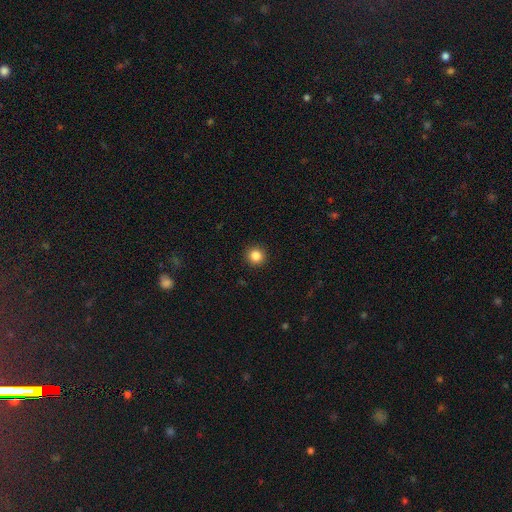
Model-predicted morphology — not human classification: This appears to be a smooth galaxy with no disk features (85%) that is round (94%). Merging: none (93%).